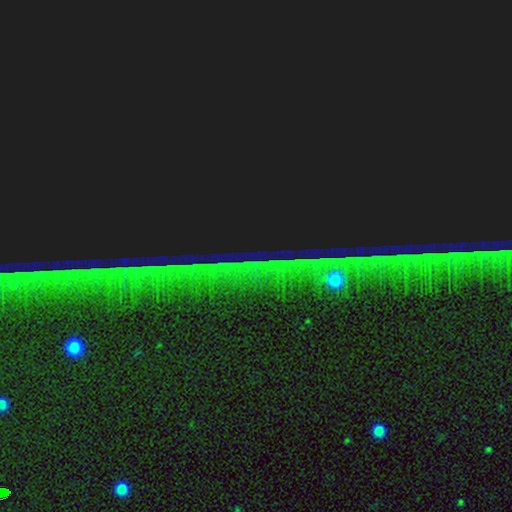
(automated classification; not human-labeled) Smooth or featured?
  - star or artifact: 86% *
  - featured or disk: 8%
  - smooth: 6%